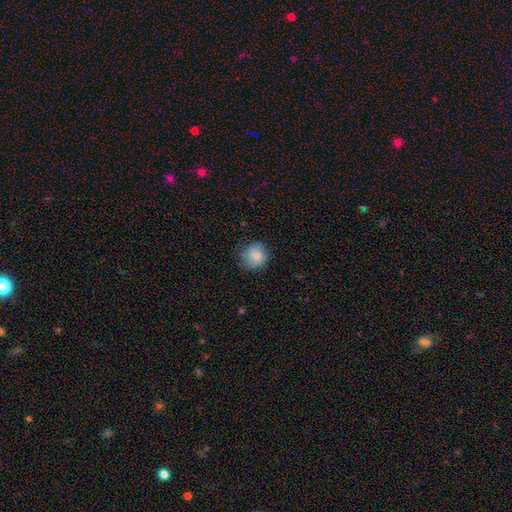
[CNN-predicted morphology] Smooth or featured? smooth (73%)
How rounded? round (84%)
Merging? none (71%)